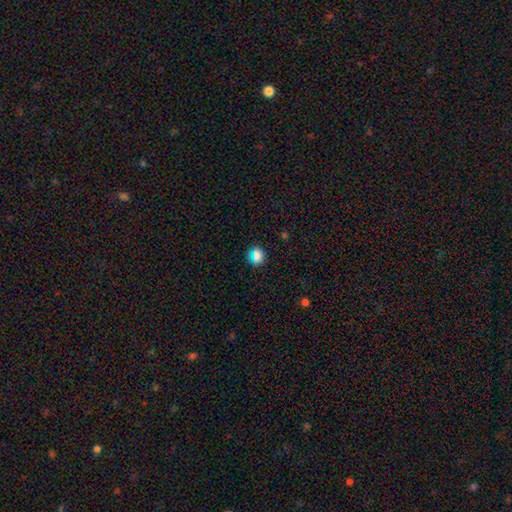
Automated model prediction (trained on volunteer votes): Smooth or featured: smooth — 74% (star or artifact — 20%)
How rounded: round — 75% (in between — 23%)
Merging: none — 85% (minor disturbance — 10%)